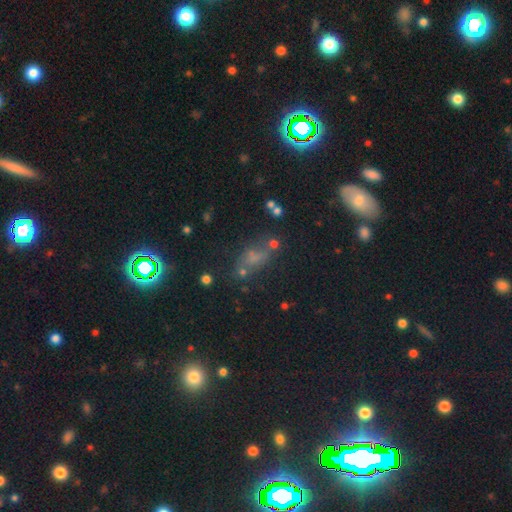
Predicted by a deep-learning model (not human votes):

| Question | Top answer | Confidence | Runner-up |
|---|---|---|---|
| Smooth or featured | smooth | 47% | star or artifact (36%) |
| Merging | none | 54% | minor disturbance (19%) |